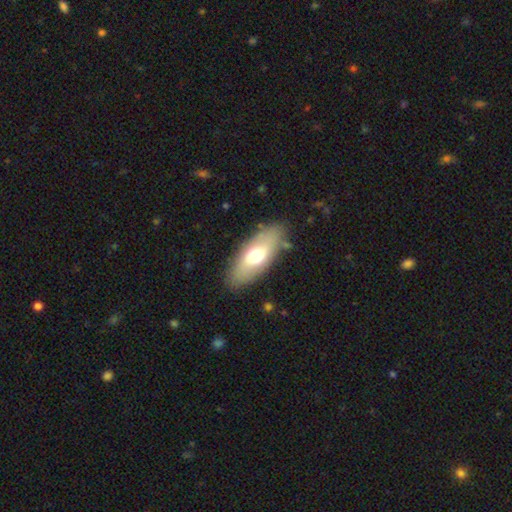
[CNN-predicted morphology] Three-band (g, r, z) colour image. It shows a smooth galaxy with no disk features (63%) that is in between round and cigar-shaped (79%). Merging: none (83%).